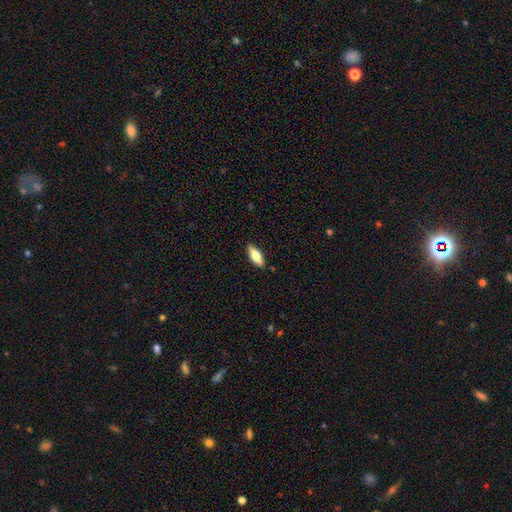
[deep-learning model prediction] smooth 68%, featured or disk 26%, star or artifact 6%. Down the decision tree: how rounded — in between (64%); merging — none (88%).